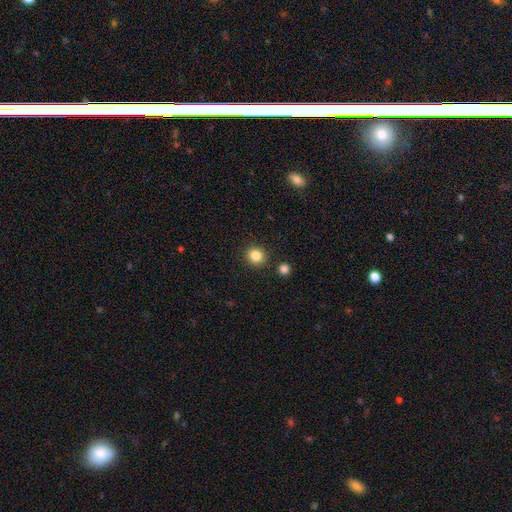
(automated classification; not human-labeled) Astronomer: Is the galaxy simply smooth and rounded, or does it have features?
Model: smooth — 85%.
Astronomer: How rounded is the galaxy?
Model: round — 85%.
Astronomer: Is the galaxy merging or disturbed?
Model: none — 88%.